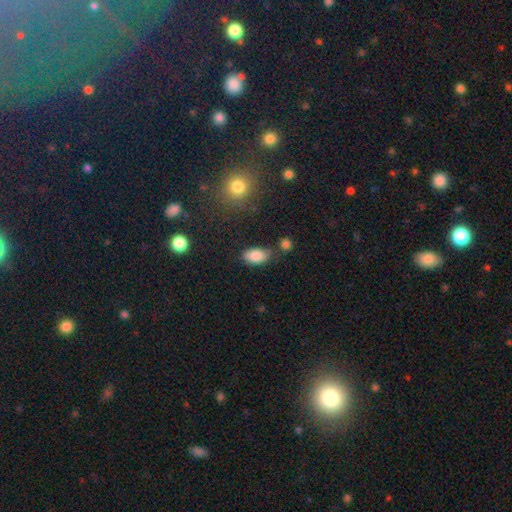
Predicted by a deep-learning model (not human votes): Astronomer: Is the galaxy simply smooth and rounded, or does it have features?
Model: smooth — 84%.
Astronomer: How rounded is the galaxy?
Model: in between — 92%.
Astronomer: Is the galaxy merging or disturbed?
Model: none — 67%.